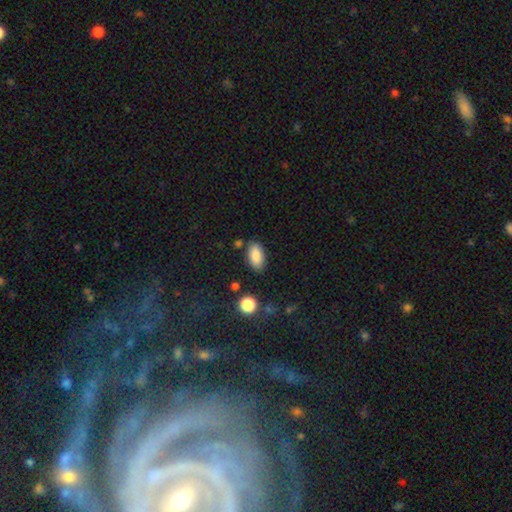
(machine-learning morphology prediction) smooth 86%, star or artifact 7%, featured or disk 7%. Down the decision tree: how rounded — in between (92%); merging — none (82%).